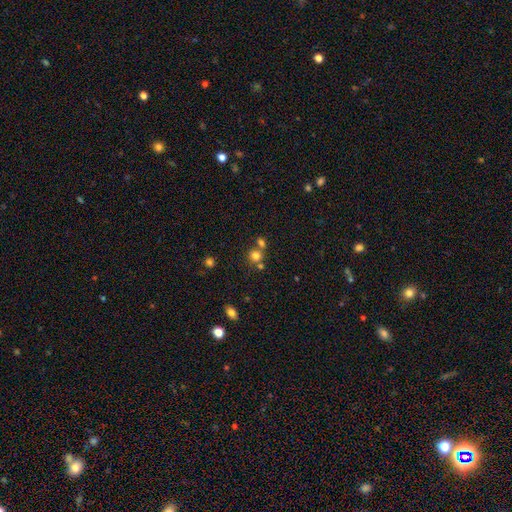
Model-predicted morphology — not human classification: Smooth or featured? Predicted: smooth (p=0.75). How rounded? Predicted: round (p=0.86). Merging? Predicted: none (p=0.56).